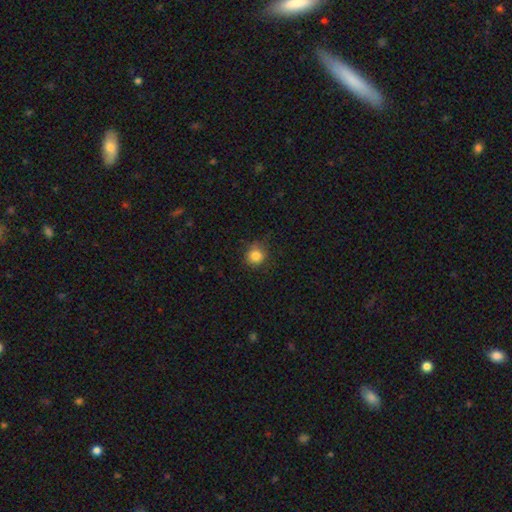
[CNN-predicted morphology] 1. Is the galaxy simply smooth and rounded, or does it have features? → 83% smooth, 11% star or artifact, 6% featured or disk.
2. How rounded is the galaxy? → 89% round, 10% in between, 1% cigar-shaped.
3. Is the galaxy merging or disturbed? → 78% none, 17% minor disturbance, 4% major disturbance, 1% merger.